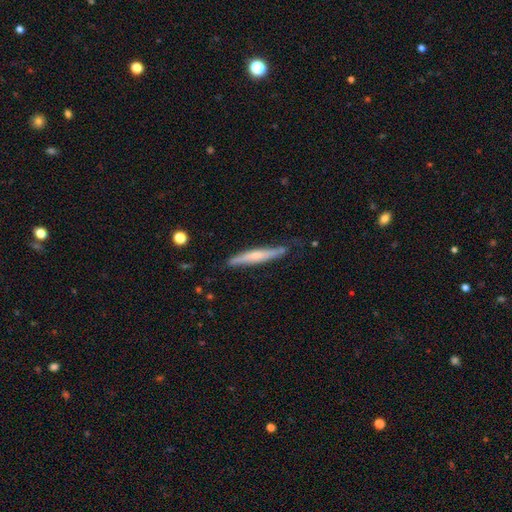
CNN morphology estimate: A smooth galaxy with no disk features (49%). Merging: none (74%).